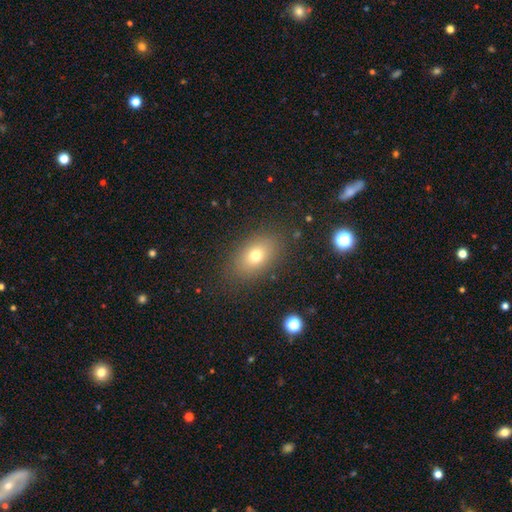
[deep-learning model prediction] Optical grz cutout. It shows a smooth galaxy with no disk features (73%) that is in between round and cigar-shaped (84%). Merging: none (85%).